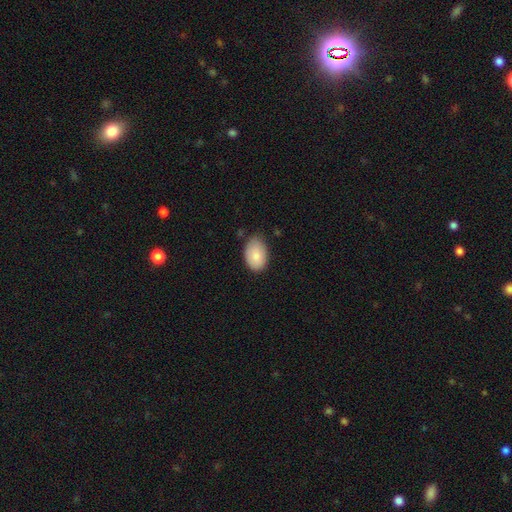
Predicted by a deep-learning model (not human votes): smooth-or-featured: smooth: 86% | featured or disk: 8% | star or artifact: 7%
  how-rounded: in between: 89% | round: 10% | cigar-shaped: 1%
  merging: none: 69% | minor disturbance: 25% | major disturbance: 3% | merger: 2%